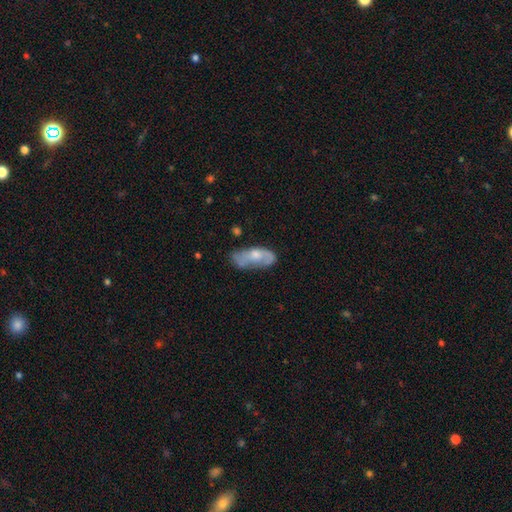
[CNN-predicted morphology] Smooth or featured? Predicted: featured or disk (p=0.49). Merging? Predicted: none (p=0.49).